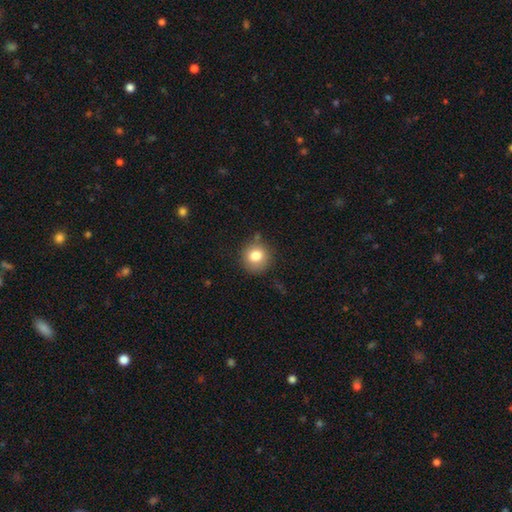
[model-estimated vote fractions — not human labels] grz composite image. It shows a smooth galaxy with no disk features (81%) that is round (89%). Merging: none (83%).